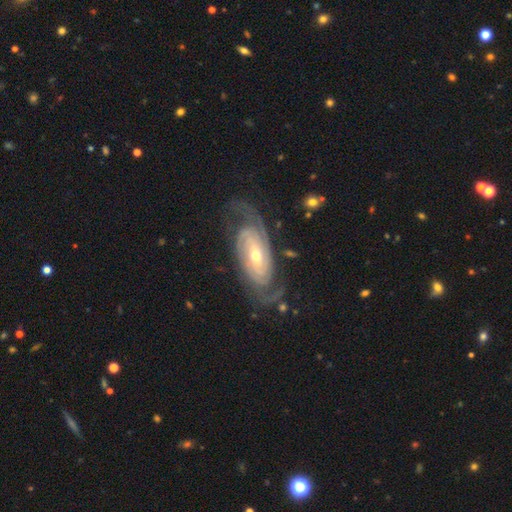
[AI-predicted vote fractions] A featured or disk galaxy (90%) with no bar (44%), 2 (62%) tight (67%) spiral arms (97%) and a small central bulge (50%).

Vote fractions:
- Smooth or featured? featured or disk: 90% / smooth: 5% / star or artifact: 5%
- Edge-on disk? no: 94% / yes: 6%
- Bar? no: 44% / weak: 35% / strong: 21%
- Spiral arms? yes: 97% / no: 3%
- Spiral winding? tight: 67% / medium: 27% / loose: 7%
- Spiral arm count? 2: 62% / can't tell: 14% / 3: 13% / 4: 5% / 1: 4% / more than 4: 3%
- Bulge size? small: 50% / moderate: 46% / large: 2% / none: 1% / dominant: 1%
- Merging? none: 74% / minor disturbance: 16% / major disturbance: 9% / merger: 2%